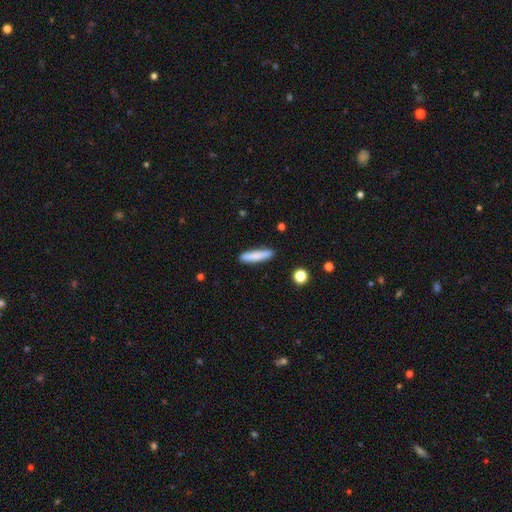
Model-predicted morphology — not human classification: Q: Smooth or featured?
A: smooth (82%); runner-up: featured or disk (11%)
Q: How rounded?
A: cigar-shaped (87%); runner-up: in between (11%)
Q: Merging?
A: none (88%); runner-up: minor disturbance (9%)